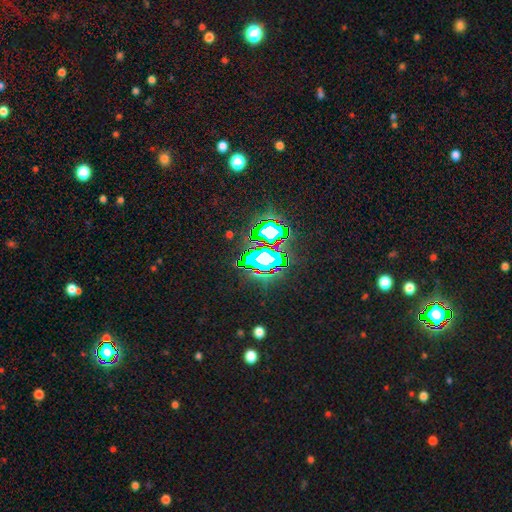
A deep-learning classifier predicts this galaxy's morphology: Smooth or featured?
  - star or artifact: 84% *
  - smooth: 9%
  - featured or disk: 7%